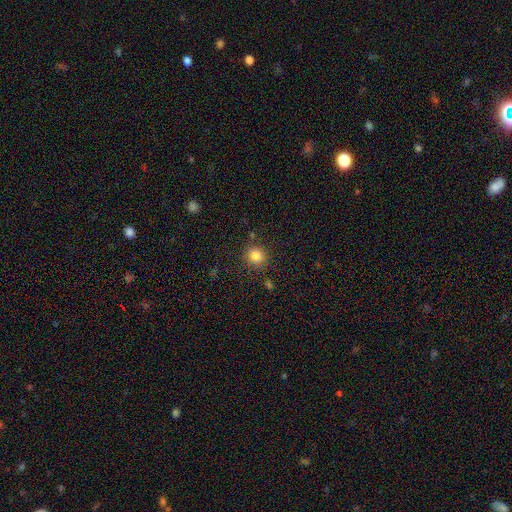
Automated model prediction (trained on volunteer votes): Smooth or featured?
  - smooth: 83% *
  - star or artifact: 11%
  - featured or disk: 5%
How rounded?
  - round: 90% *
  - in between: 10%
  - cigar-shaped: 1%
Merging?
  - none: 86% *
  - minor disturbance: 8%
  - merger: 3%
  - major disturbance: 3%